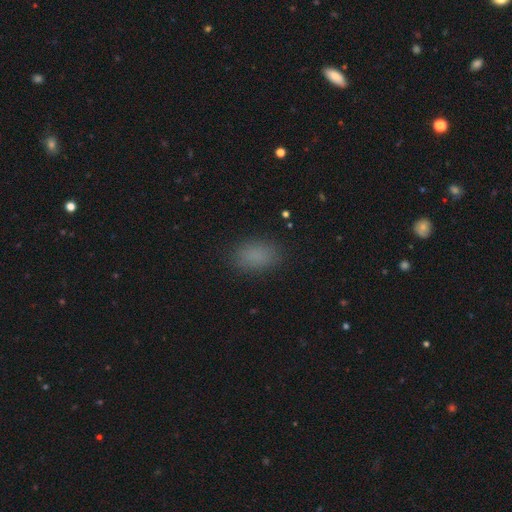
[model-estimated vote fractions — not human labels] Smooth or featured? Predicted: smooth (p=0.84). How rounded? Predicted: in between (p=0.86). Merging? Predicted: none (p=0.86).